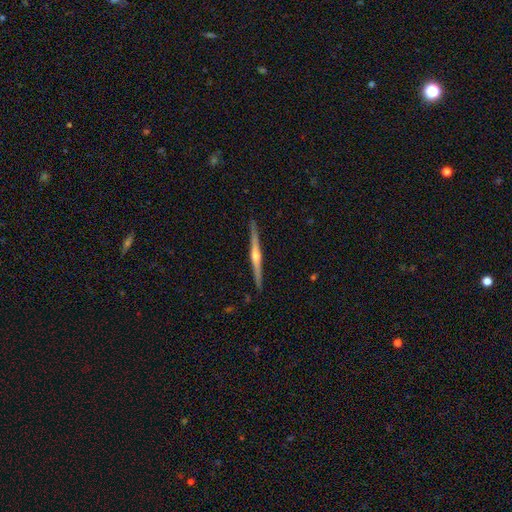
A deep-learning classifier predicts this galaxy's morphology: smooth_or_featured: featured or disk (p=0.81) [alt: smooth p=0.14]
disk_edge_on: yes (p=0.98) [alt: no p=0.02]
edge_on_bulge: rounded (p=0.89) [alt: none p=0.07]
merging: none (p=0.92) [alt: minor disturbance p=0.06]